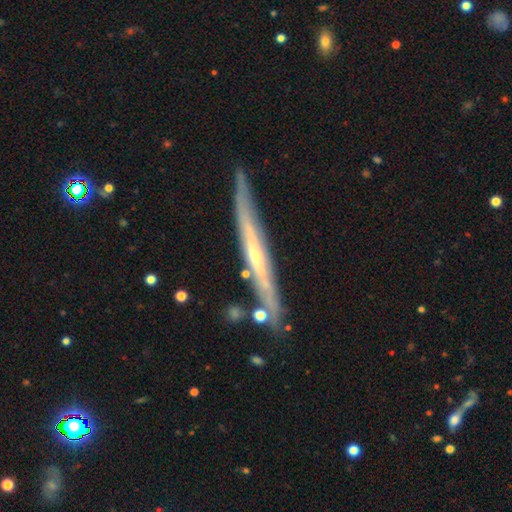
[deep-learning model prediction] Smooth or featured?
  - featured or disk: 76% *
  - smooth: 17%
  - star or artifact: 6%
Edge-on disk?
  - yes: 92% *
  - no: 8%
Edge-on bulge?
  - rounded: 49% *
  - none: 47%
  - boxy: 4%
Merging?
  - none: 79% *
  - minor disturbance: 14%
  - merger: 4%
  - major disturbance: 3%